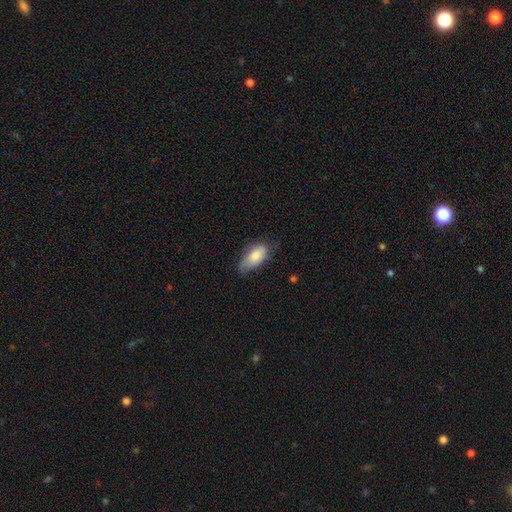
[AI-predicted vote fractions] This appears to be a smooth galaxy with no disk features (79%) that is in between round and cigar-shaped (89%). Merging: none (56%).